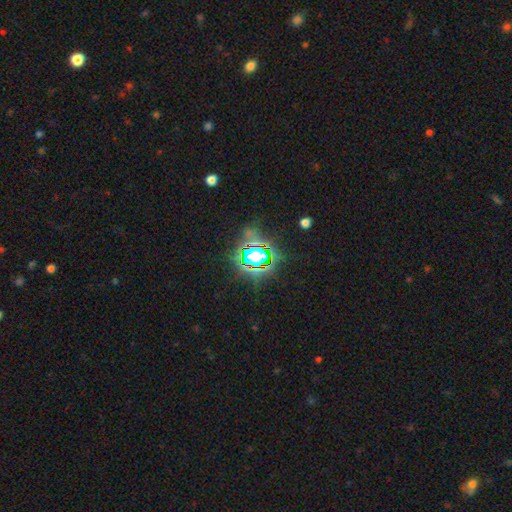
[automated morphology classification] A star or artifact, not a galaxy (80%).

Vote fractions:
- Smooth or featured? star or artifact: 80% / smooth: 12% / featured or disk: 7%